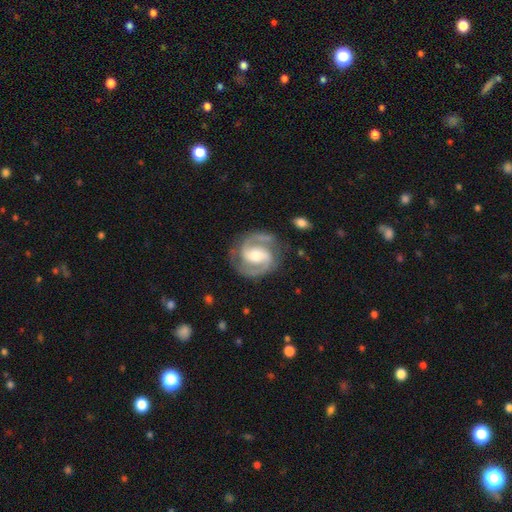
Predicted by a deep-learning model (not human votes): Smooth or featured: featured or disk — 91% (smooth — 5%)
Edge-on disk: no — 98% (yes — 2%)
Bar: weak — 44% (strong — 30%)
Spiral arms: yes — 98% (no — 2%)
Spiral winding: medium — 57% (tight — 33%)
Spiral arm count: 2 — 92% (3 — 2%)
Bulge size: moderate — 64% (small — 27%)
Merging: none — 80% (minor disturbance — 14%)